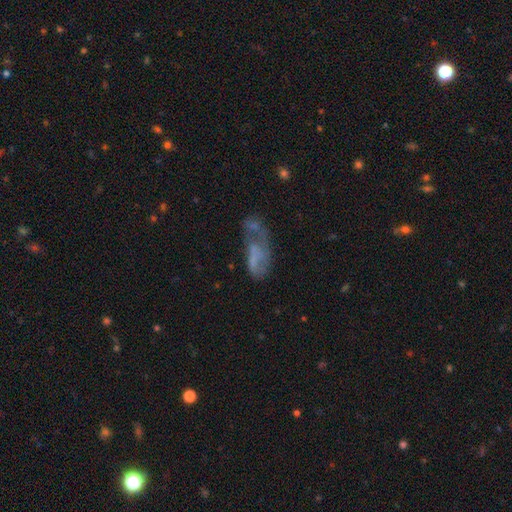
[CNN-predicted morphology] A featured or disk galaxy (46%). Merging: major disturbance (34%).